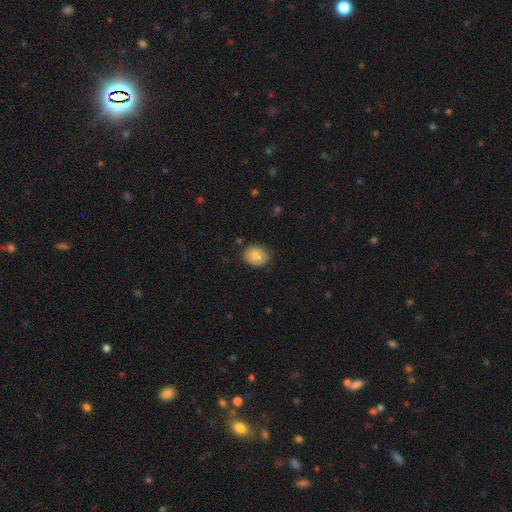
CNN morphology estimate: The model was most divided on "how rounded": round: 57%, in between: 42%, cigar-shaped: 1%. More confident: merging — none (84%); smooth or featured — smooth (82%).